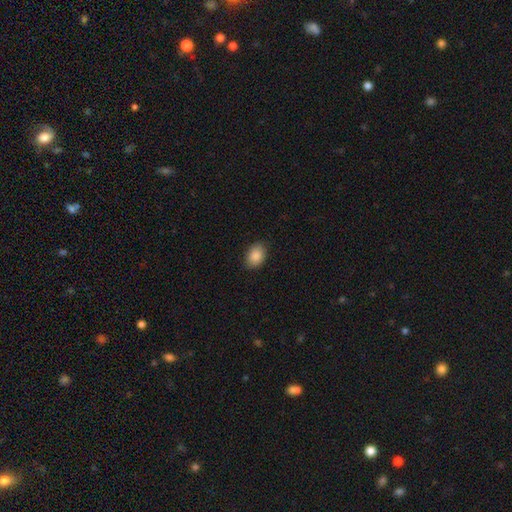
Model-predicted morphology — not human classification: Smooth or featured? Predicted: smooth (p=0.88). How rounded? Predicted: in between (p=0.81). Merging? Predicted: none (p=0.87).